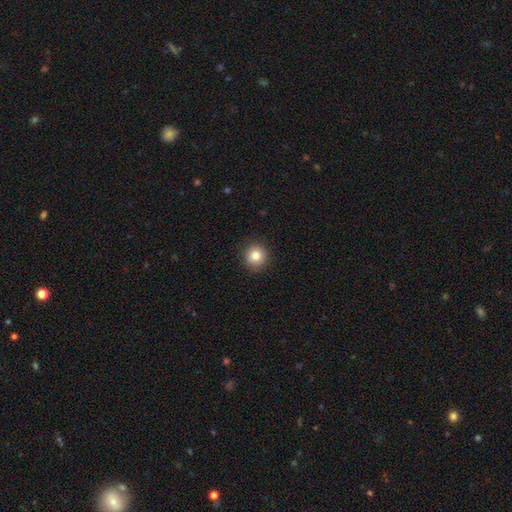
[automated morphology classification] Smooth or featured: smooth — 81% (star or artifact — 11%)
How rounded: round — 92% (in between — 7%)
Merging: none — 89% (minor disturbance — 7%)